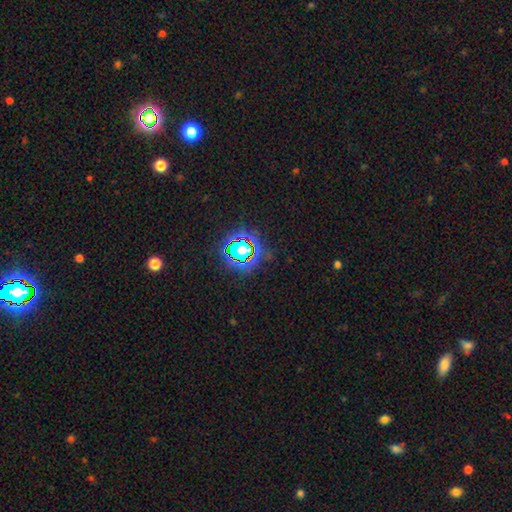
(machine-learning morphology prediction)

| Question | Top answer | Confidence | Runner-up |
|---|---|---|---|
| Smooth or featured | star or artifact | 80% | smooth (12%) |